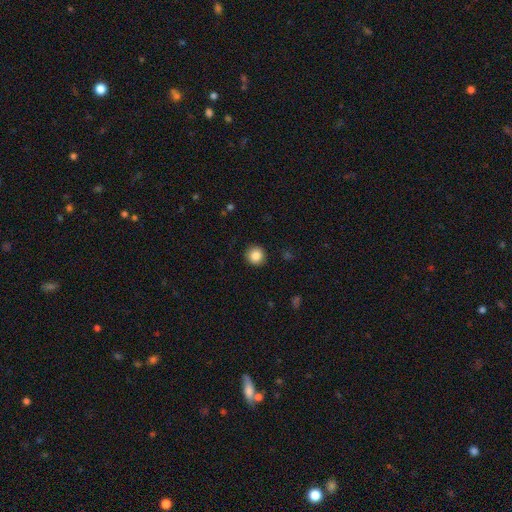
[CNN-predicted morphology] This appears to be a smooth galaxy with no disk features (86%) that is round (94%). Merging: none (92%).